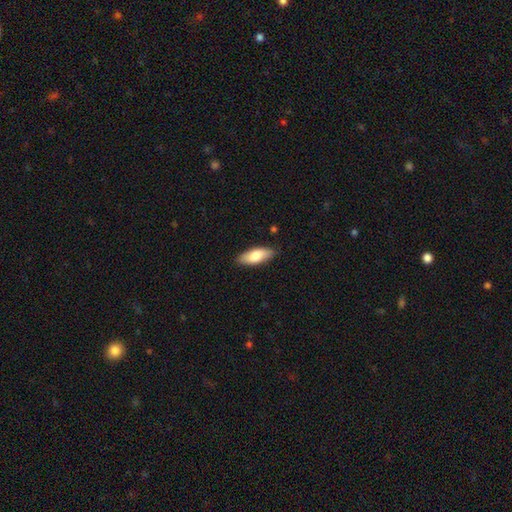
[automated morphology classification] smooth_or_featured: smooth (p=0.77) [alt: featured or disk p=0.17]
how_rounded: in between (p=0.76) [alt: cigar-shaped p=0.22]
merging: none (p=0.86) [alt: minor disturbance p=0.11]